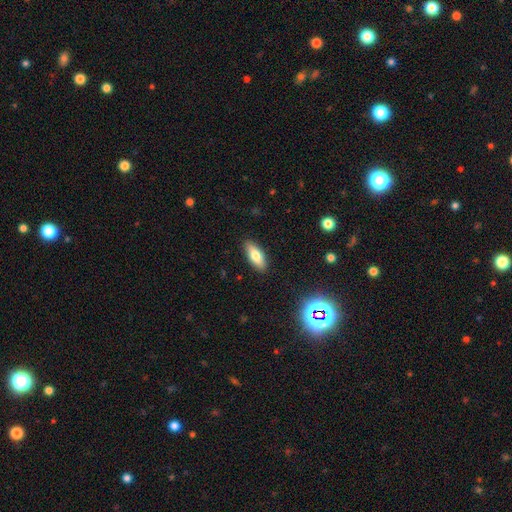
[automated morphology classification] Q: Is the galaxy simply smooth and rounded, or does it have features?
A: smooth — 73%.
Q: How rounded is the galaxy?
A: in between — 74%.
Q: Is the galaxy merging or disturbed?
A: none — 89%.